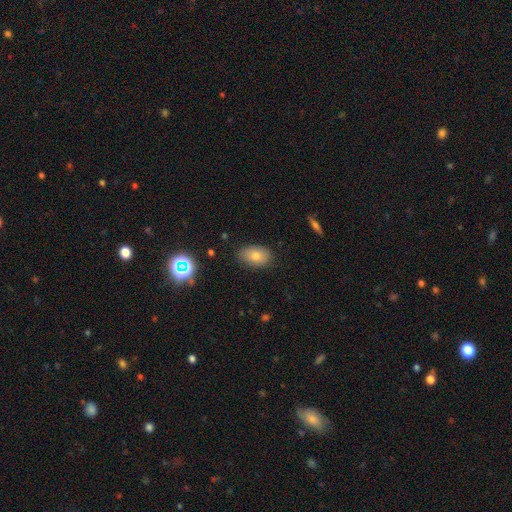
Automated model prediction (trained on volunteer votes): Smooth or featured: smooth — 78% (featured or disk — 11%)
How rounded: in between — 87% (round — 12%)
Merging: none — 81% (minor disturbance — 15%)